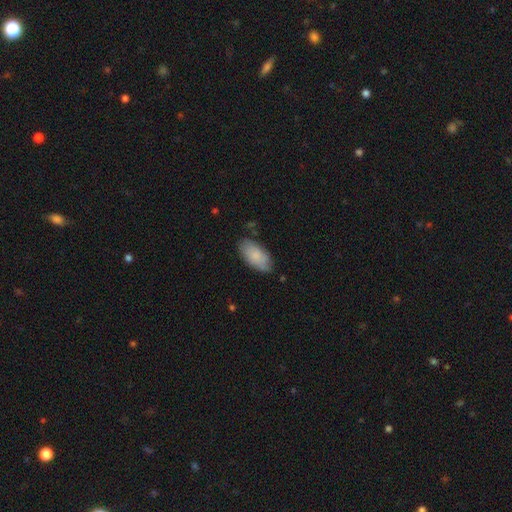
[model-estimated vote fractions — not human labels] Q: Smooth or featured?
A: smooth (79%); runner-up: featured or disk (15%)
Q: How rounded?
A: in between (94%); runner-up: cigar-shaped (4%)
Q: Merging?
A: none (75%); runner-up: minor disturbance (19%)